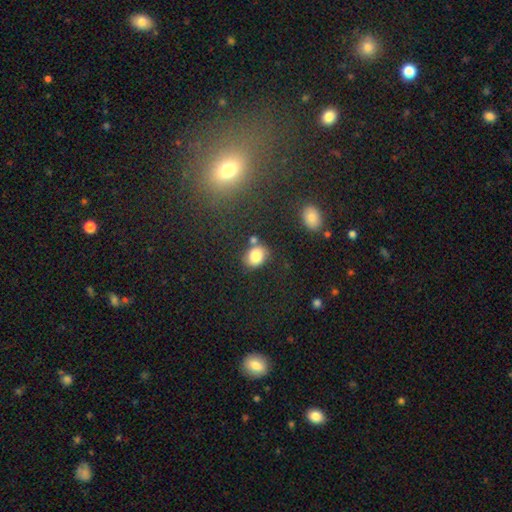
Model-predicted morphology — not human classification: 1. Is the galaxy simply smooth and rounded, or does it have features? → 81% smooth, 10% star or artifact, 9% featured or disk.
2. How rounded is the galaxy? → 53% in between, 46% round, 1% cigar-shaped.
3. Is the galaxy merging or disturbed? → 71% none, 14% minor disturbance, 11% merger, 4% major disturbance.